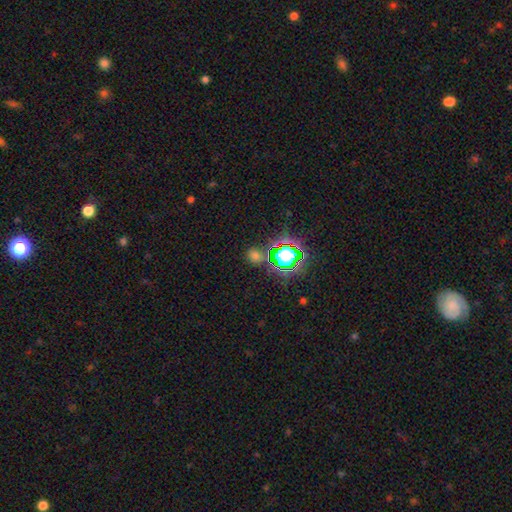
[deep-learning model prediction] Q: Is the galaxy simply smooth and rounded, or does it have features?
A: smooth — 49%.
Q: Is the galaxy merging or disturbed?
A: none — 77%.